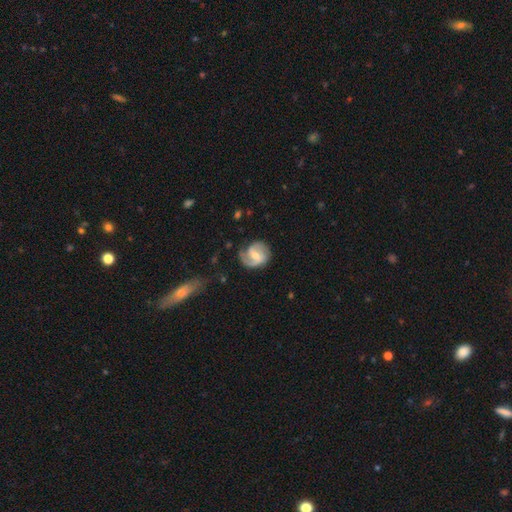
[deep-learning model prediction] featured or disk 79%, smooth 16%, star or artifact 5%. Down the decision tree: edge-on disk — no (98%); bar — weak (52%); spiral arms — yes (94%); spiral arm count — 2 (77%); spiral winding — medium (46%); bulge size — moderate (49%); merging — none (68%).